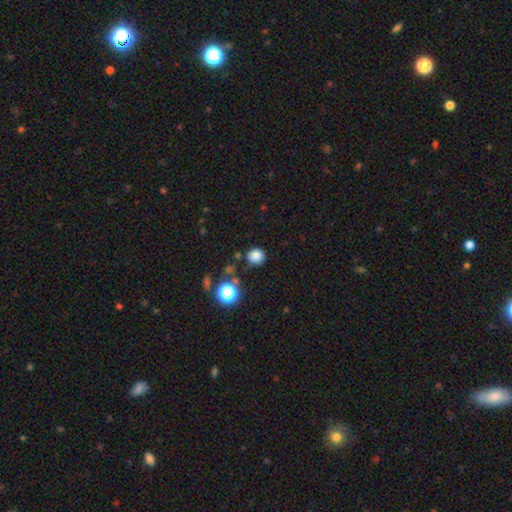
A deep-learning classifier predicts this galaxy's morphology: The model was most divided on "merging": none: 76%, minor disturbance: 15%, merger: 5%, major disturbance: 4%. More confident: how rounded — round (83%); smooth or featured — smooth (80%).